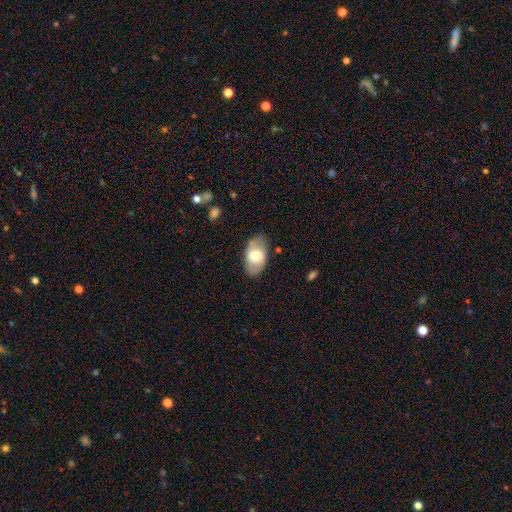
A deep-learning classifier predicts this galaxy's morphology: Overall: smooth (60%; featured or disk 34%). How rounded: in between (92%). Merging: none (78%).